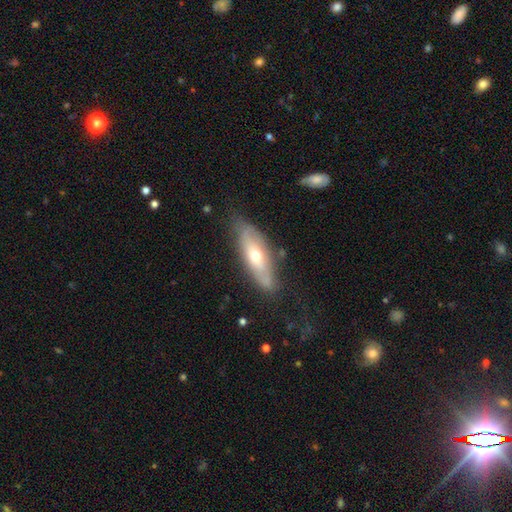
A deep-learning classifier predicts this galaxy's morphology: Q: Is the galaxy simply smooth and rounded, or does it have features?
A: featured or disk — 50%.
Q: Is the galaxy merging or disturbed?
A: none — 72%.